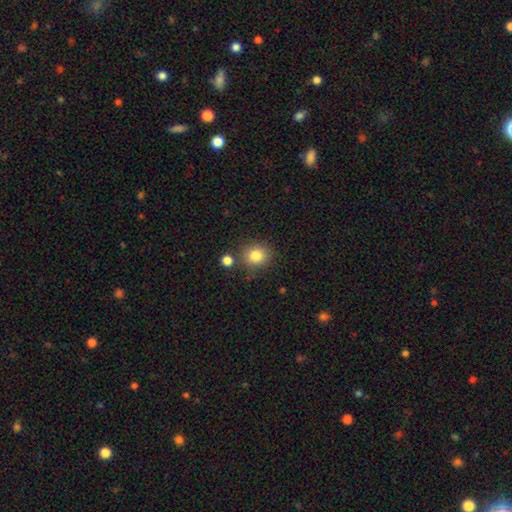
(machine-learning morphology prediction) smooth-or-featured: smooth: 83% | star or artifact: 11% | featured or disk: 7%
  how-rounded: round: 80% | in between: 19% | cigar-shaped: 1%
  merging: none: 77% | minor disturbance: 11% | merger: 8% | major disturbance: 4%